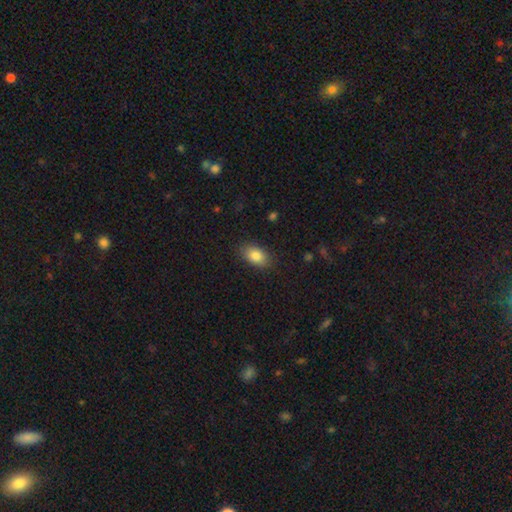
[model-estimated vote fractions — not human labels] smooth-or-featured: smooth: 85% | star or artifact: 8% | featured or disk: 8%
  how-rounded: in between: 89% | round: 9% | cigar-shaped: 2%
  merging: none: 86% | minor disturbance: 10% | major disturbance: 3% | merger: 1%